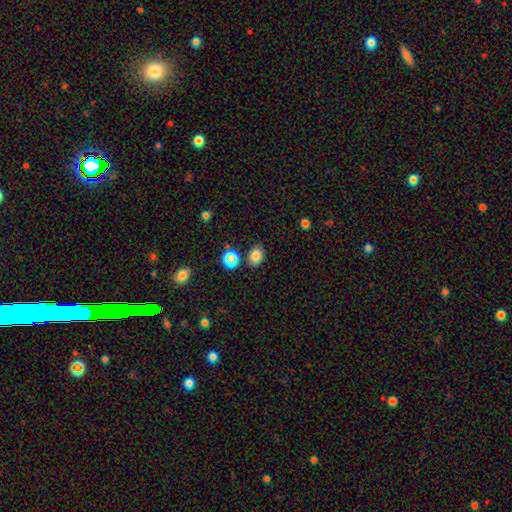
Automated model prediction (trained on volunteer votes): The model was most divided on "how rounded": in between: 68%, round: 31%, cigar-shaped: 1%. More confident: merging — none (83%); smooth or featured — smooth (80%).